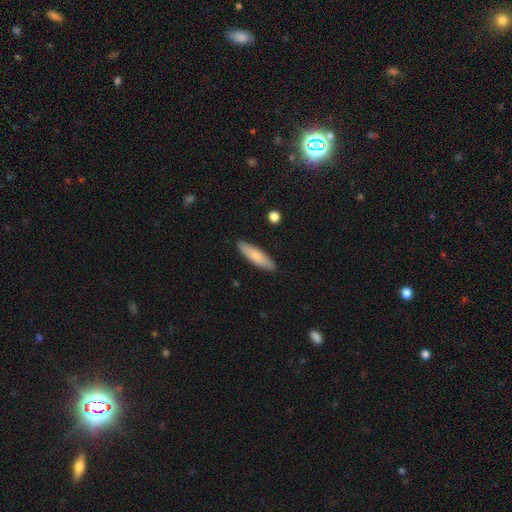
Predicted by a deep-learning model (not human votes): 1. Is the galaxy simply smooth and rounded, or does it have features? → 80% smooth, 15% featured or disk, 5% star or artifact.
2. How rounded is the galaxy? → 69% cigar-shaped, 29% in between, 1% round.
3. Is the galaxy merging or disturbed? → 88% none, 9% minor disturbance, 2% major disturbance, 1% merger.